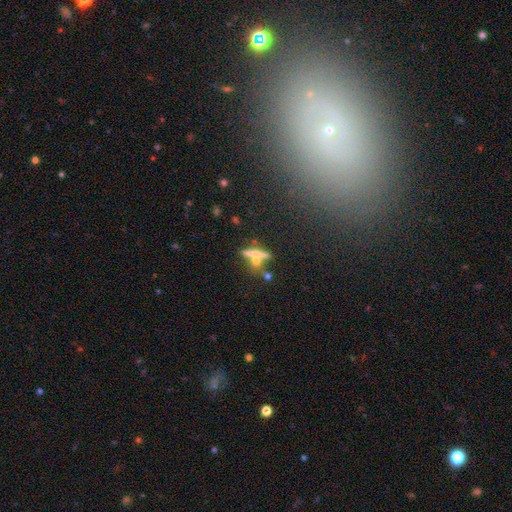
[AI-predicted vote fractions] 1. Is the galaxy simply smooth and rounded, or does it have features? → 42% featured or disk, 40% smooth, 18% star or artifact.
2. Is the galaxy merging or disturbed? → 44% none, 35% merger, 12% minor disturbance, 9% major disturbance.